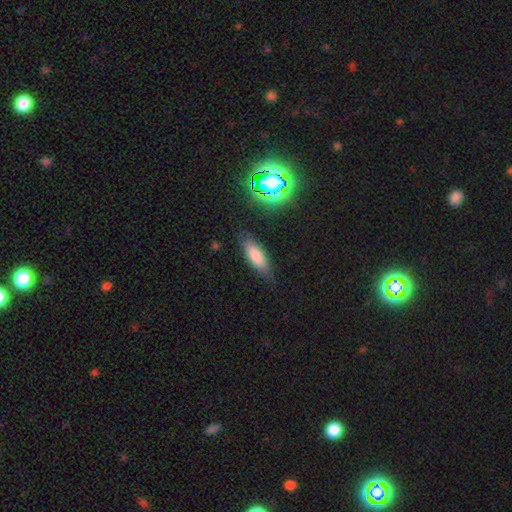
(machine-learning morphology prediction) smooth-or-featured: smooth: 76% | featured or disk: 14% | star or artifact: 10%
  how-rounded: in between: 65% | cigar-shaped: 33% | round: 2%
  merging: none: 77% | minor disturbance: 17% | major disturbance: 4% | merger: 2%